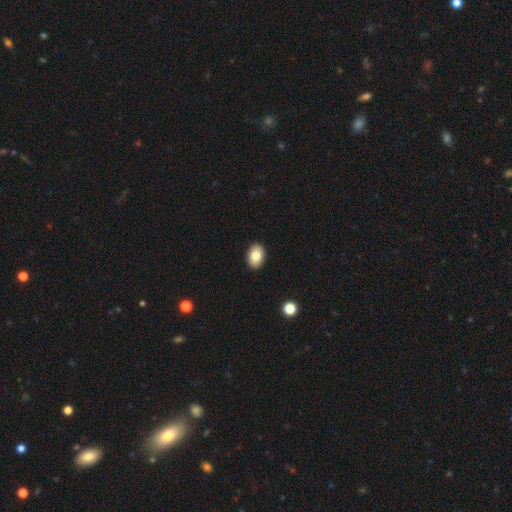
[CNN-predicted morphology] Smooth or featured? Predicted: smooth (p=0.85). How rounded? Predicted: in between (p=0.87). Merging? Predicted: none (p=0.90).